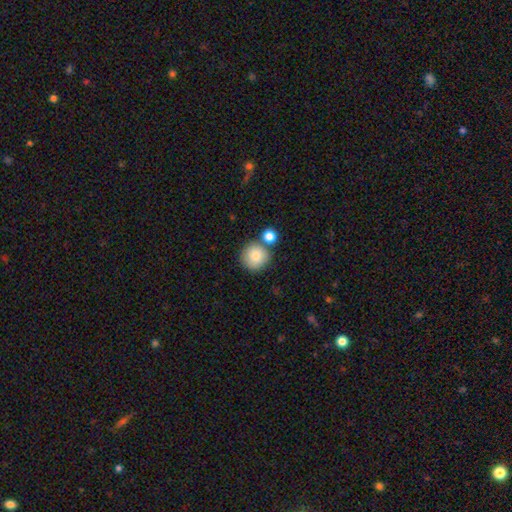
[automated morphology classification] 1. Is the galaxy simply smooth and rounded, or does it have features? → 82% smooth, 9% featured or disk, 9% star or artifact.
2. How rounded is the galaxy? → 94% round, 5% in between, 1% cigar-shaped.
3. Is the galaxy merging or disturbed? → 71% none, 17% merger, 9% minor disturbance, 3% major disturbance.